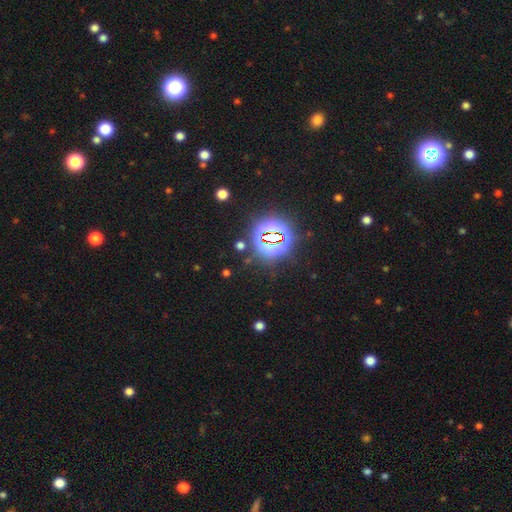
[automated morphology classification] Smooth or featured?
  - star or artifact: 81% *
  - smooth: 11%
  - featured or disk: 7%